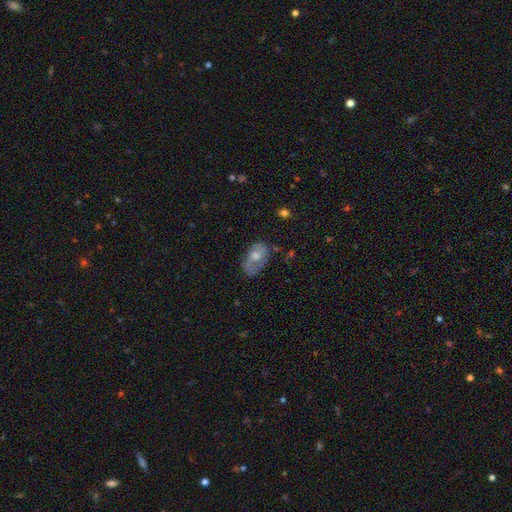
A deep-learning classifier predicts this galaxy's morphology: Smooth or featured? featured or disk (53%)
Edge-on disk? no (93%)
Merging? none (63%)